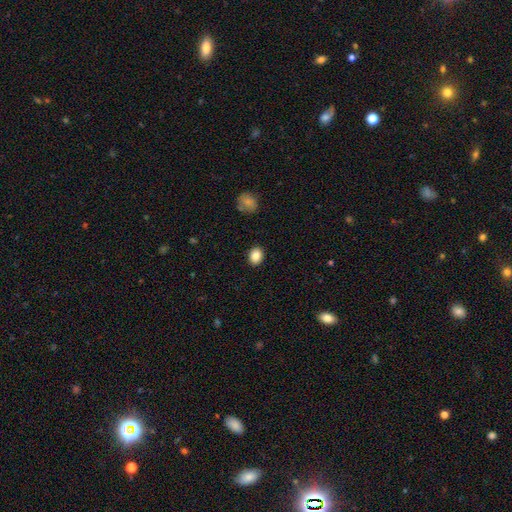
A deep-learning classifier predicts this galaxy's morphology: smooth 86%, star or artifact 9%, featured or disk 5%. Down the decision tree: how rounded — round (52%); merging — none (90%).